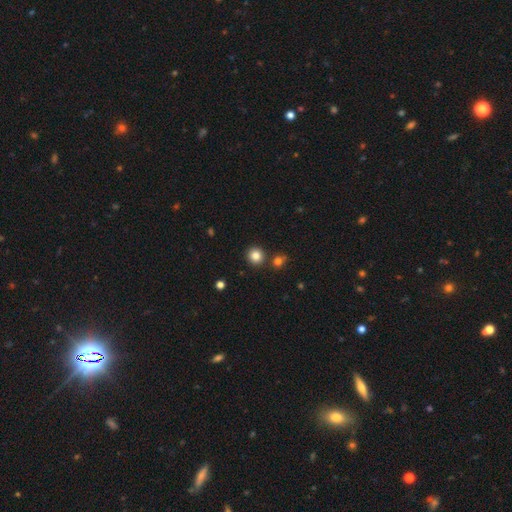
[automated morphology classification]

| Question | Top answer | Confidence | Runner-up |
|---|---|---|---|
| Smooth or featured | smooth | 83% | star or artifact (12%) |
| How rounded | round | 92% | in between (7%) |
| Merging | none | 84% | merger (7%) |